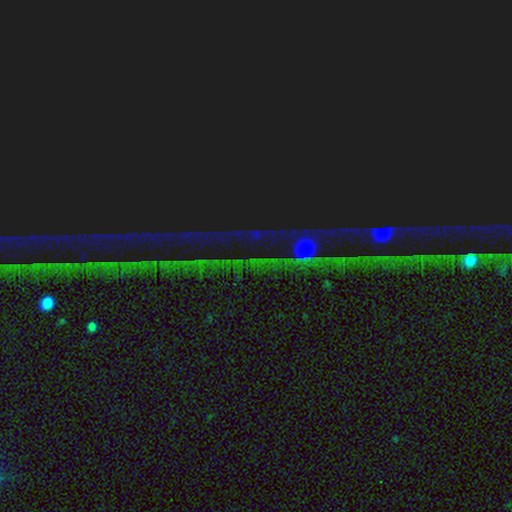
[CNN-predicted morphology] star or artifact 75%, featured or disk 13%, smooth 11%.